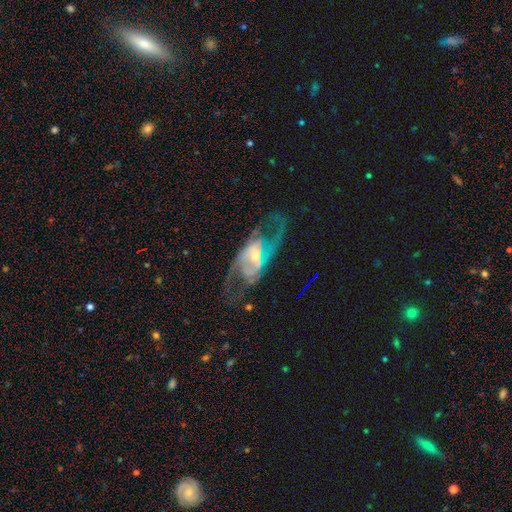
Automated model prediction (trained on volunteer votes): This appears to be a featured or disk galaxy (85%) with no bar (41%, tied with weak), 2 (81%) medium (49%) spiral arms (88%) and a moderate central bulge (51%). Merging: none (60%).